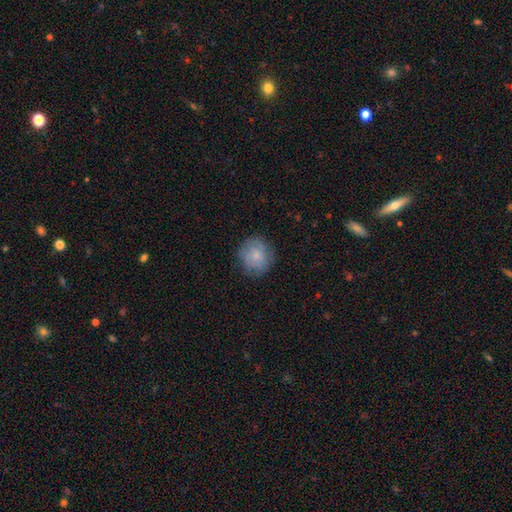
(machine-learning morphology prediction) Q: Smooth or featured?
A: smooth (77%); runner-up: featured or disk (16%)
Q: How rounded?
A: round (86%); runner-up: in between (13%)
Q: Merging?
A: none (79%); runner-up: minor disturbance (15%)